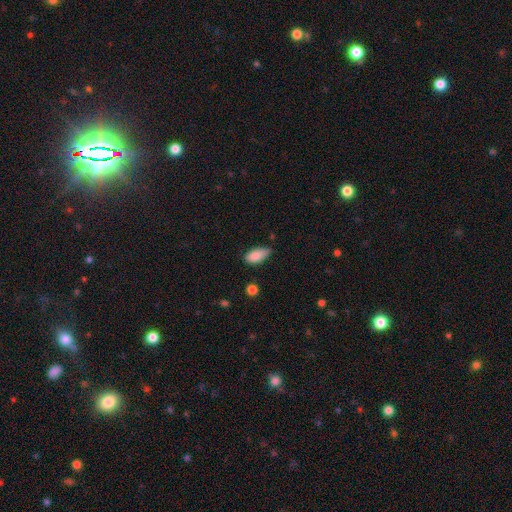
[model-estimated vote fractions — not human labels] Smooth or featured?
  - smooth: 86% *
  - star or artifact: 8%
  - featured or disk: 6%
How rounded?
  - in between: 90% *
  - cigar-shaped: 7%
  - round: 3%
Merging?
  - none: 47% *
  - minor disturbance: 43%
  - major disturbance: 7%
  - merger: 3%